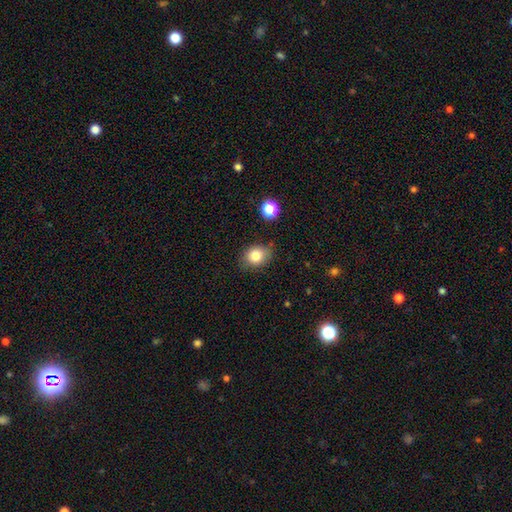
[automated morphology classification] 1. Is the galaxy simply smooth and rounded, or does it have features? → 82% smooth, 10% star or artifact, 8% featured or disk.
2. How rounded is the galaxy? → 53% in between, 46% round, 1% cigar-shaped.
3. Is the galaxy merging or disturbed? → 75% none, 18% minor disturbance, 4% major disturbance, 3% merger.